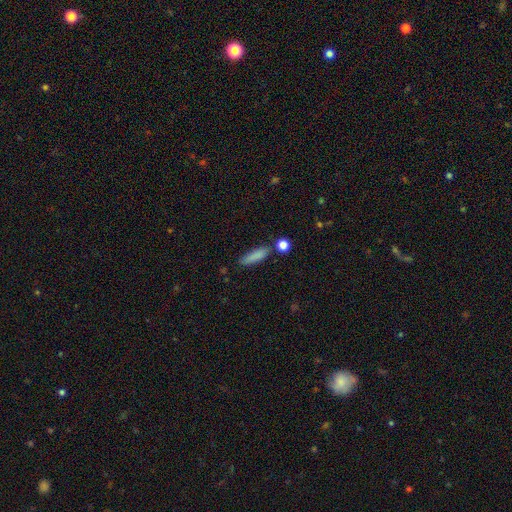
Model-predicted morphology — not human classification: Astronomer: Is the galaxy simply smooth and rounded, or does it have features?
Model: smooth — 84%.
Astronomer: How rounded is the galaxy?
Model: cigar-shaped — 68%.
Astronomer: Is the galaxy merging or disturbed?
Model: none — 76%.